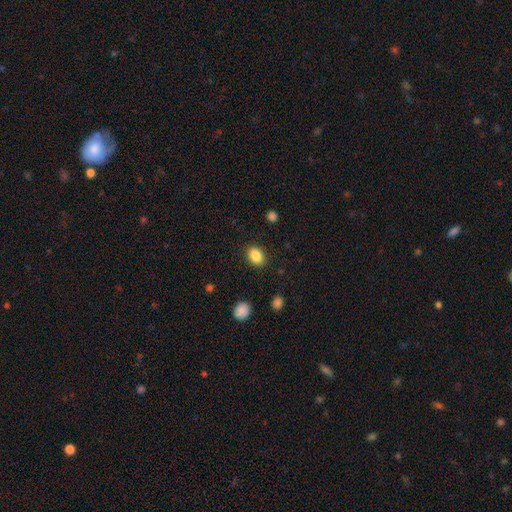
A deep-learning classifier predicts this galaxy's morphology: type=smooth (87%); roundness=in between (71%); merging=none (88%).